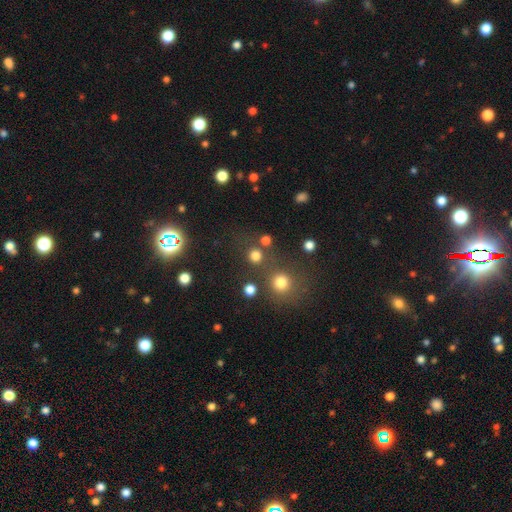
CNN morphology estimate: smooth-or-featured: smooth: 76% | star or artifact: 19% | featured or disk: 6%
  how-rounded: round: 92% | in between: 7% | cigar-shaped: 1%
  merging: none: 74% | merger: 14% | minor disturbance: 7% | major disturbance: 4%